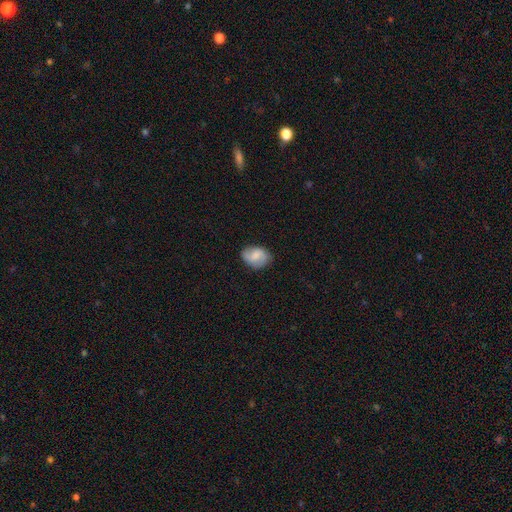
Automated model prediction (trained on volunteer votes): Smooth or featured? Predicted: smooth (p=0.47). Merging? Predicted: none (p=0.78).